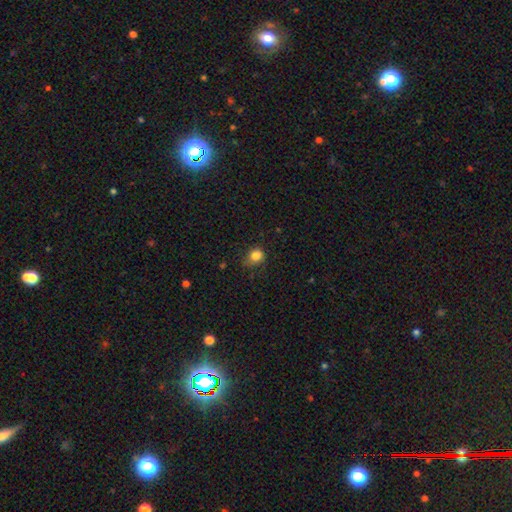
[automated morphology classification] Overall: smooth (83%). How rounded: round (66%; in between 33%). Merging: none (59%; minor disturbance 30%).